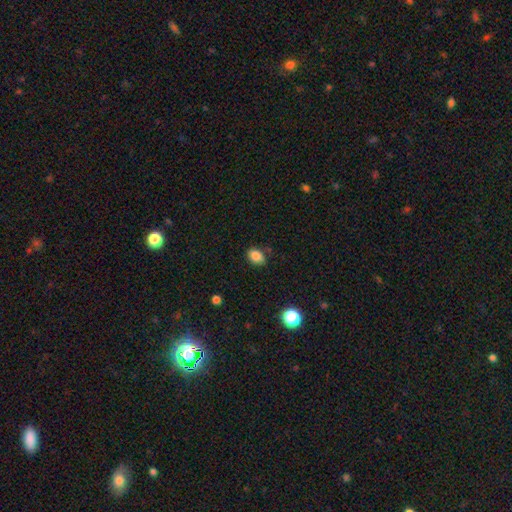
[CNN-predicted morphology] A smooth galaxy with no disk features (85%) that is in between round and cigar-shaped (71%). Merging: none (77%).